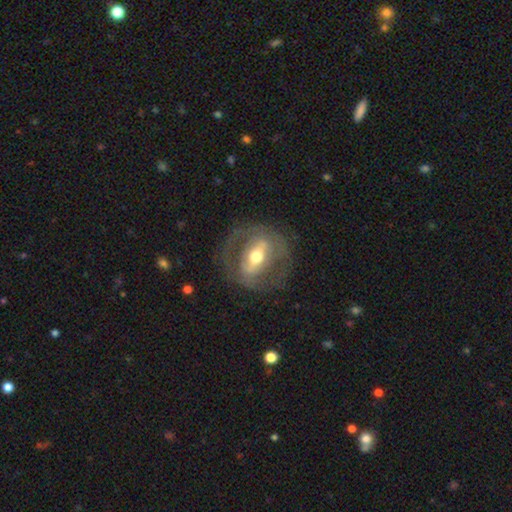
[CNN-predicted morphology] Smooth or featured? featured or disk (76%)
Edge-on disk? no (87%)
Bar? strong (60%)
Spiral arms? no (55%)
Bulge size? moderate (70%)
Merging? none (73%)